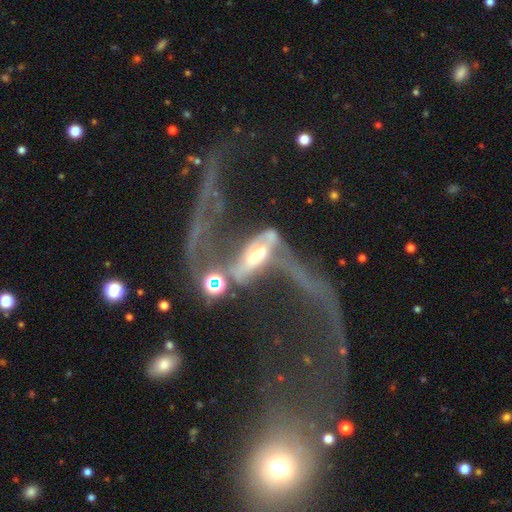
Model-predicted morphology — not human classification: smooth_or_featured: featured or disk (p=0.79) [alt: smooth p=0.12]
disk_edge_on: no (p=0.79) [alt: yes p=0.21]
bar: no (p=0.36) [alt: strong p=0.35]
has_spiral_arms: yes (p=0.74) [alt: no p=0.26]
bulge_size: moderate (p=0.50) [alt: small p=0.30]
merging: major disturbance (p=0.47) [alt: merger p=0.28]